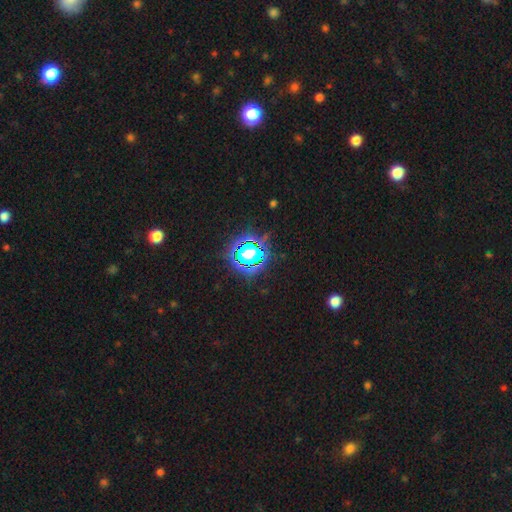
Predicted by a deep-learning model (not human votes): The model was most divided on "smooth or featured": star or artifact: 80%, smooth: 13%, featured or disk: 7%.